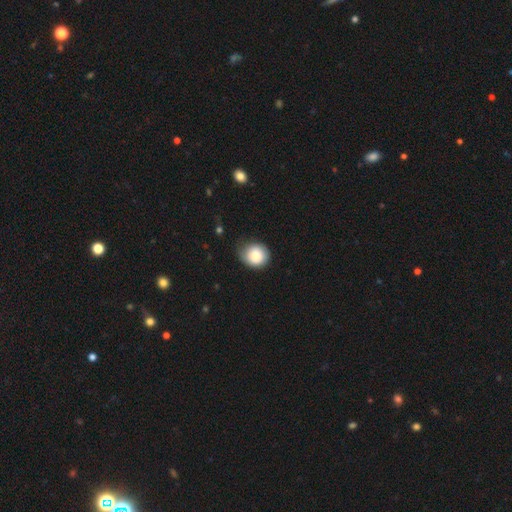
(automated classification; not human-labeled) Smooth or featured? smooth (81%)
How rounded? round (76%)
Merging? none (65%)